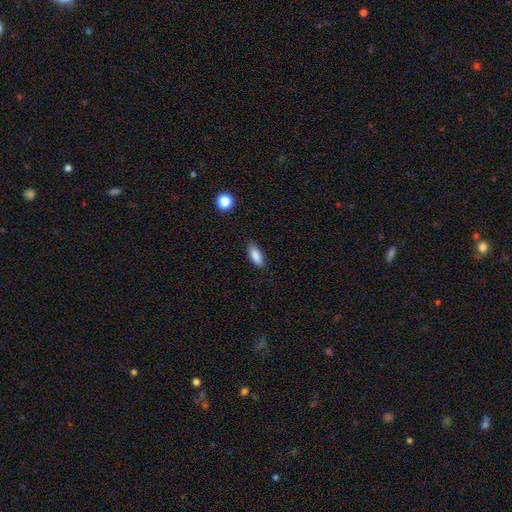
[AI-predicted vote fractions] Smooth or featured?
  - smooth: 85% *
  - star or artifact: 7%
  - featured or disk: 7%
How rounded?
  - in between: 74% *
  - cigar-shaped: 24%
  - round: 3%
Merging?
  - none: 83% *
  - minor disturbance: 13%
  - major disturbance: 3%
  - merger: 1%